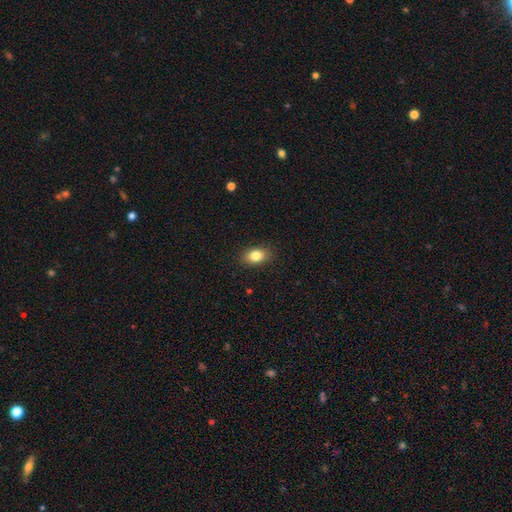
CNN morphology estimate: The model was most divided on "how rounded": in between: 83%, round: 15%, cigar-shaped: 2%. More confident: merging — none (88%); smooth or featured — smooth (84%).